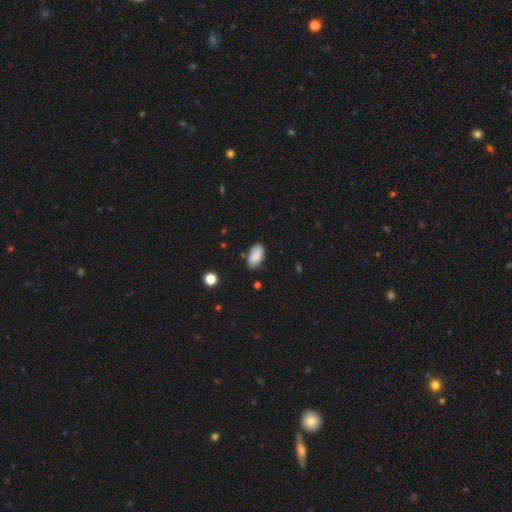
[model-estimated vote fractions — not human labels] This appears to be a smooth galaxy with no disk features (86%) that is in between round and cigar-shaped (95%). Merging: none (74%).